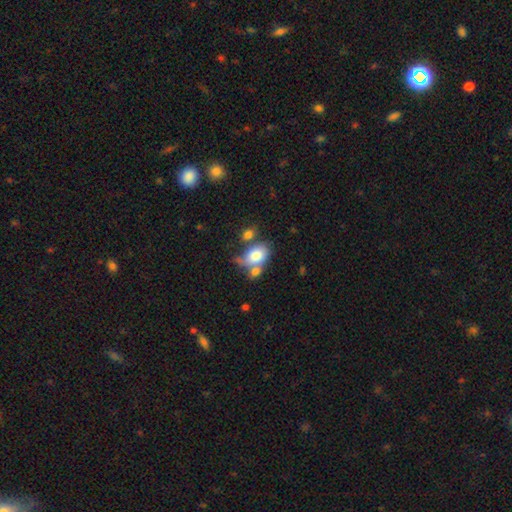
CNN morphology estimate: Smooth or featured?
  - smooth: 77% *
  - featured or disk: 16%
  - star or artifact: 8%
How rounded?
  - in between: 80% *
  - round: 18%
  - cigar-shaped: 2%
Merging?
  - merger: 43% *
  - none: 31%
  - minor disturbance: 16%
  - major disturbance: 10%